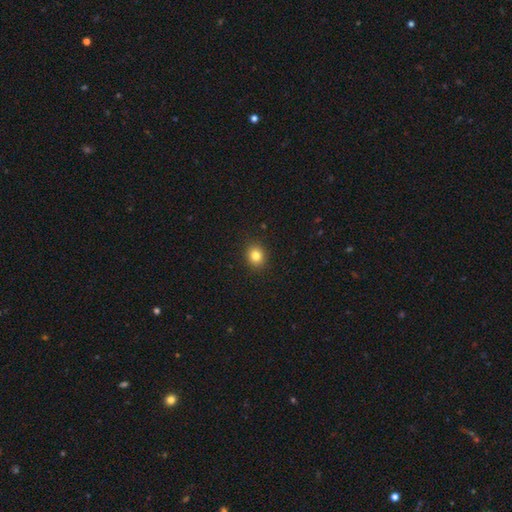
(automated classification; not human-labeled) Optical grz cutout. It shows a smooth galaxy with no disk features (82%) that is round (72%). Merging: none (91%).